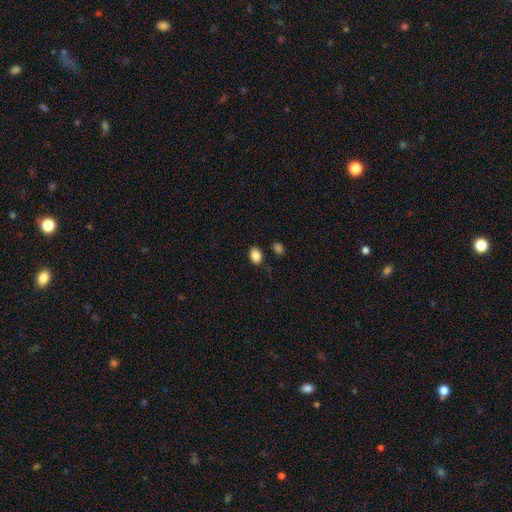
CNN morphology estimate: Smooth or featured: smooth — 86% (star or artifact — 9%)
How rounded: in between — 76% (round — 23%)
Merging: none — 84% (minor disturbance — 10%)